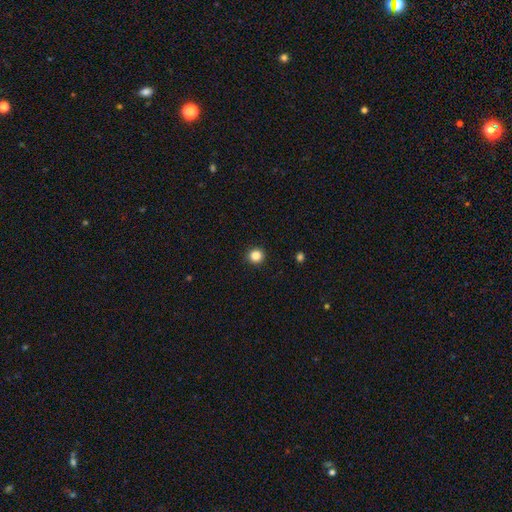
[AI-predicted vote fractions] This is clearly a smooth galaxy (86%). How rounded: clearly round (94%). Merging: clearly none (93%).